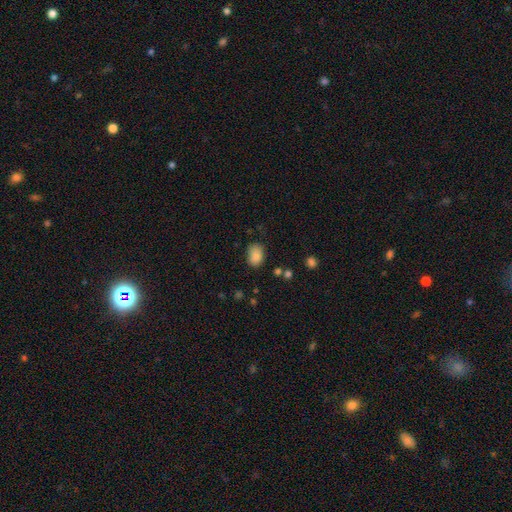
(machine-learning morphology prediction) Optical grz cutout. It shows a smooth galaxy with no disk features (85%) that is in between round and cigar-shaped (75%). Merging: none (72%).